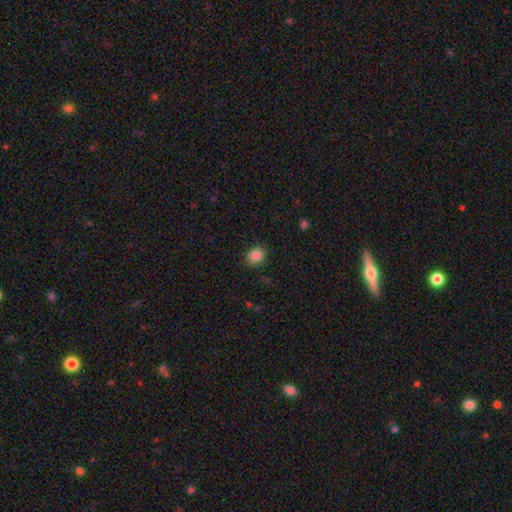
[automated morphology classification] Smooth or featured: smooth — 85% (star or artifact — 10%)
How rounded: round — 66% (in between — 33%)
Merging: none — 89% (minor disturbance — 8%)